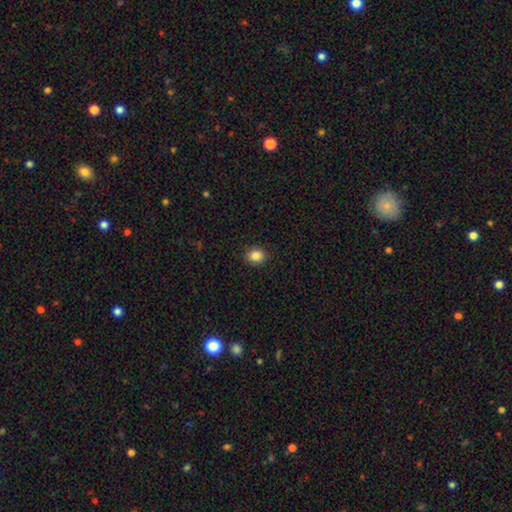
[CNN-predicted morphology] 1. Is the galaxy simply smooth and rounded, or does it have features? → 86% smooth, 10% star or artifact, 4% featured or disk.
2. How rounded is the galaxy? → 62% round, 37% in between, 1% cigar-shaped.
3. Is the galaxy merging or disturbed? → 91% none, 7% minor disturbance, 2% major disturbance, 1% merger.